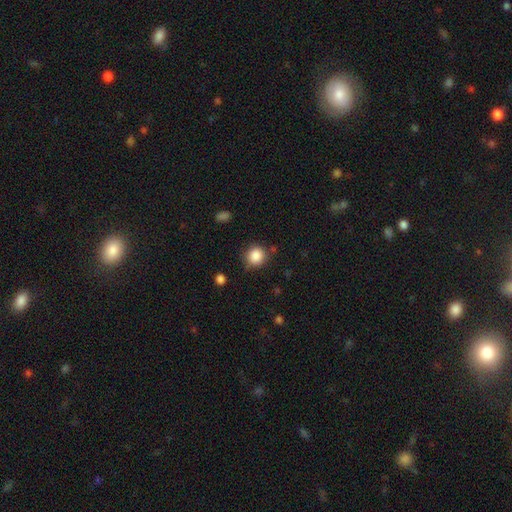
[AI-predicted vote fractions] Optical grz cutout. It shows a smooth galaxy with no disk features (87%) that is round (90%). Merging: none (81%).